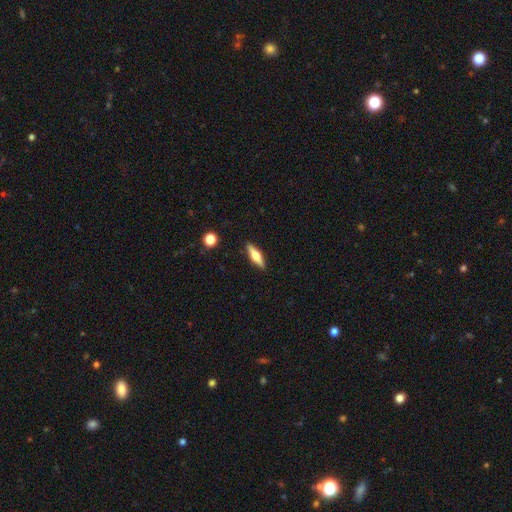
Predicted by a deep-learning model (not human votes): This is possibly a smooth galaxy (48%). Merging: clearly none (89%).